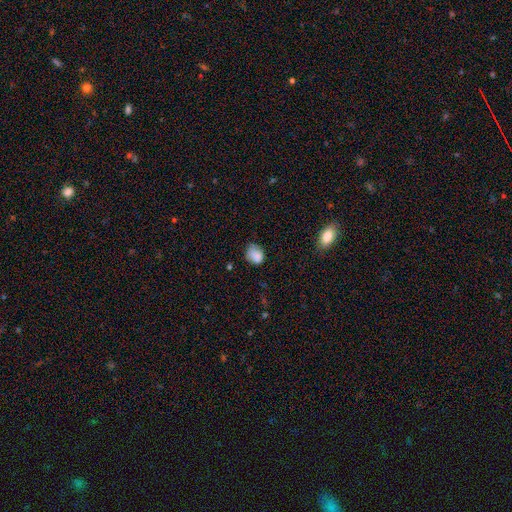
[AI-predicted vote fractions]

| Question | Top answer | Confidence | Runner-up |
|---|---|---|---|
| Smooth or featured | smooth | 82% | star or artifact (10%) |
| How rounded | round | 53% | in between (46%) |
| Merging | none | 55% | minor disturbance (33%) |